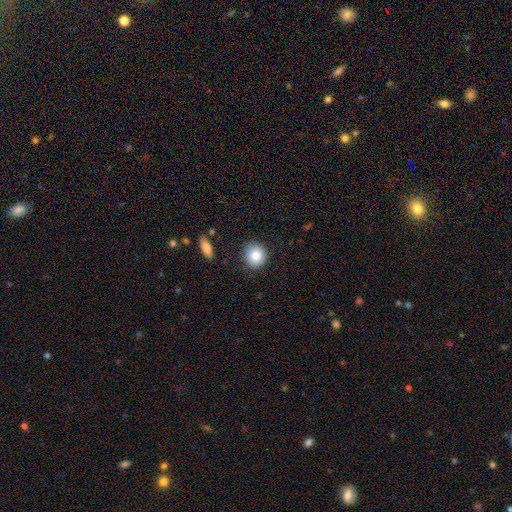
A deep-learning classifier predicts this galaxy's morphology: Smooth or featured?
  - smooth: 84% *
  - star or artifact: 8%
  - featured or disk: 7%
How rounded?
  - round: 83% *
  - in between: 16%
  - cigar-shaped: 1%
Merging?
  - none: 86% *
  - minor disturbance: 10%
  - major disturbance: 2%
  - merger: 2%